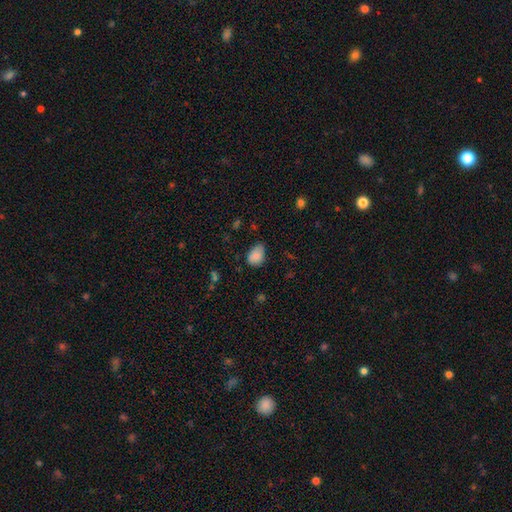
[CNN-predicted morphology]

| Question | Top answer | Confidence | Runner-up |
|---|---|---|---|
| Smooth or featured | smooth | 83% | star or artifact (9%) |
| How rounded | in between | 72% | round (27%) |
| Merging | none | 53% | minor disturbance (38%) |